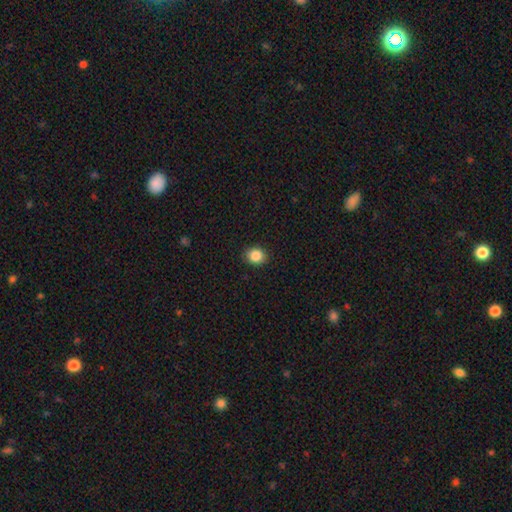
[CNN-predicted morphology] This is clearly a smooth galaxy (86%). How rounded: likely round (70%). Merging: clearly none (90%).